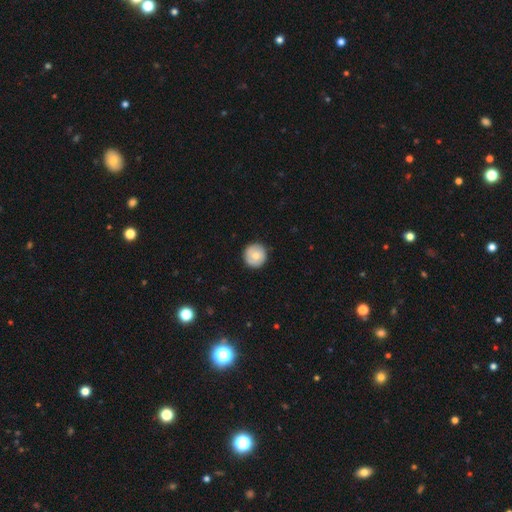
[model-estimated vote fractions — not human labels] Smooth or featured: smooth — 73% (featured or disk — 20%)
How rounded: round — 96% (in between — 3%)
Merging: none — 89% (minor disturbance — 8%)